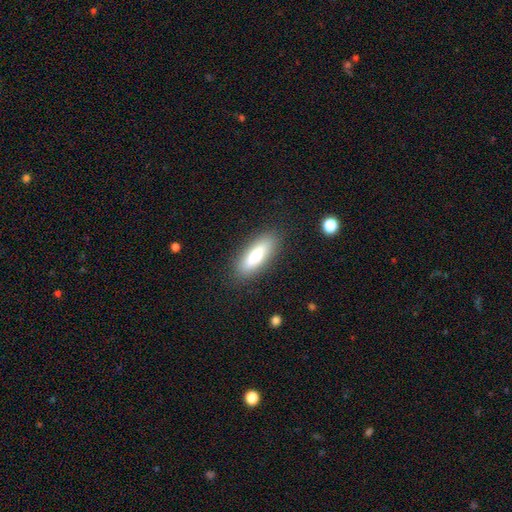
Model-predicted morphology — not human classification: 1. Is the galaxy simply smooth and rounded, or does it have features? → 74% smooth, 19% featured or disk, 7% star or artifact.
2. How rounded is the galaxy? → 59% in between, 39% cigar-shaped, 2% round.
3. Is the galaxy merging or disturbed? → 86% none, 10% minor disturbance, 3% major disturbance, 1% merger.